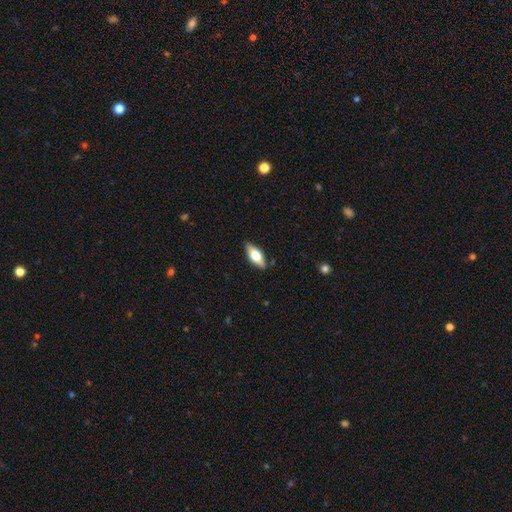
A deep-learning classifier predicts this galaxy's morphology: This appears to be a smooth galaxy with no disk features (53%) that is in between round and cigar-shaped (70%). Merging: none (87%).